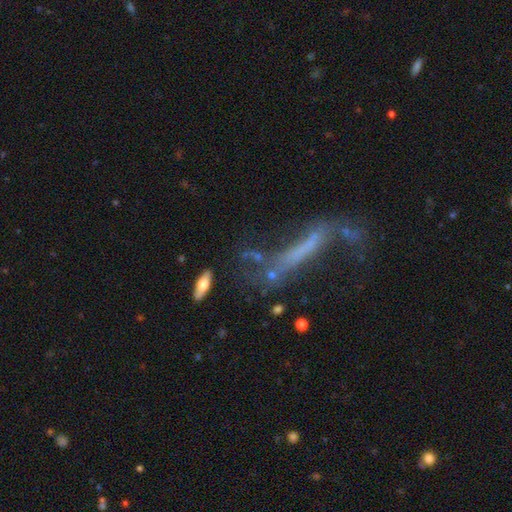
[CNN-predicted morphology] smooth 45%, featured or disk 36%, star or artifact 19%. Down the decision tree: merging — none (42%).